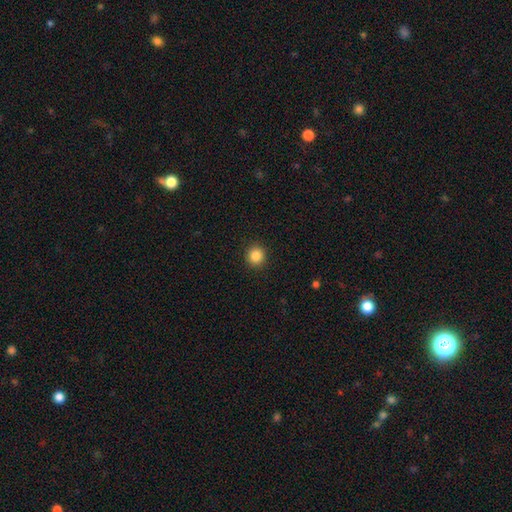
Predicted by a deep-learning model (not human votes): This appears to be a smooth galaxy with no disk features (86%) that is round (92%). Merging: none (92%).